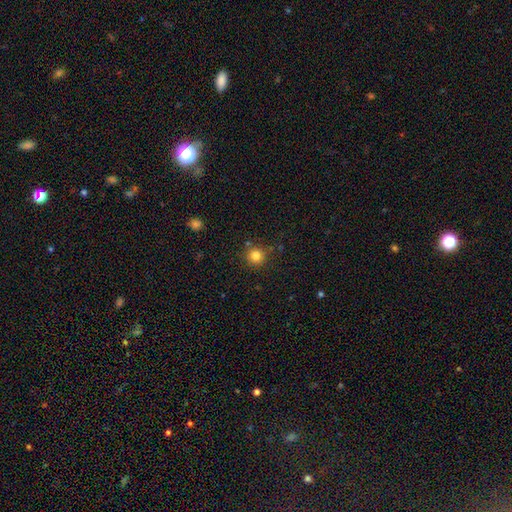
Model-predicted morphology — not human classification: Smooth or featured? smooth (82%)
How rounded? round (94%)
Merging? none (84%)